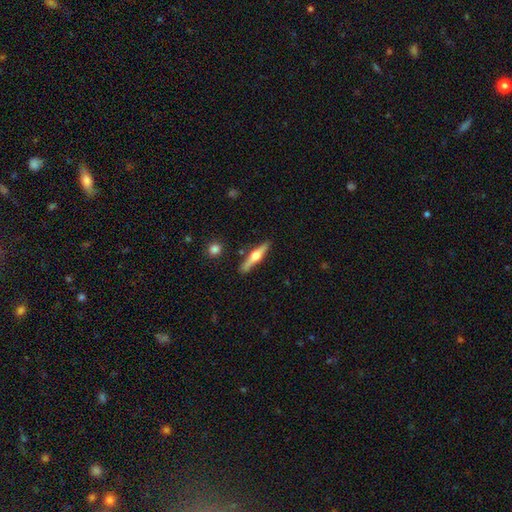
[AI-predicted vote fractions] Q: Smooth or featured?
A: featured or disk (60%); runner-up: smooth (34%)
Q: Edge-on disk?
A: yes (96%); runner-up: no (4%)
Q: Edge-on bulge?
A: rounded (94%); runner-up: boxy (3%)
Q: Merging?
A: none (86%); runner-up: minor disturbance (9%)